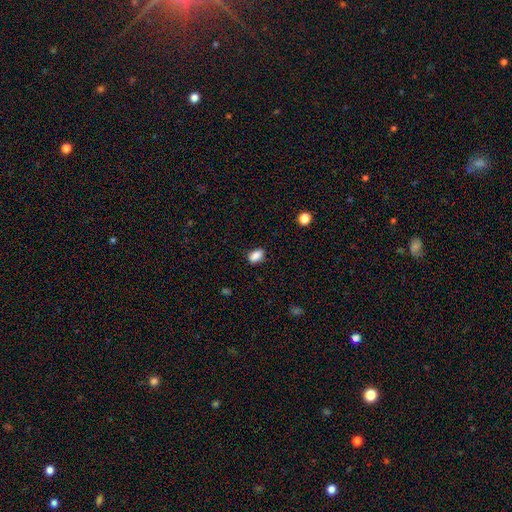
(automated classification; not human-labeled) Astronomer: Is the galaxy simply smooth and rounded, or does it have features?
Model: smooth — 87%.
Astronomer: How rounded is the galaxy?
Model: in between — 86%.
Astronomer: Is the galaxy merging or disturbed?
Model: none — 81%.